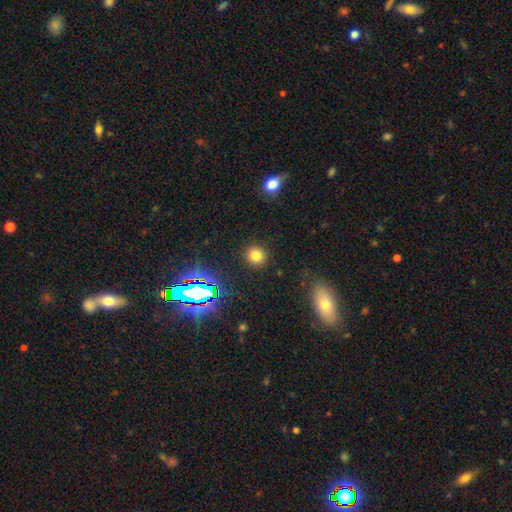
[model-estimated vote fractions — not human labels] The model was most divided on "smooth or featured": smooth: 76%, star or artifact: 18%, featured or disk: 6%. More confident: how rounded — round (91%); merging — none (90%).